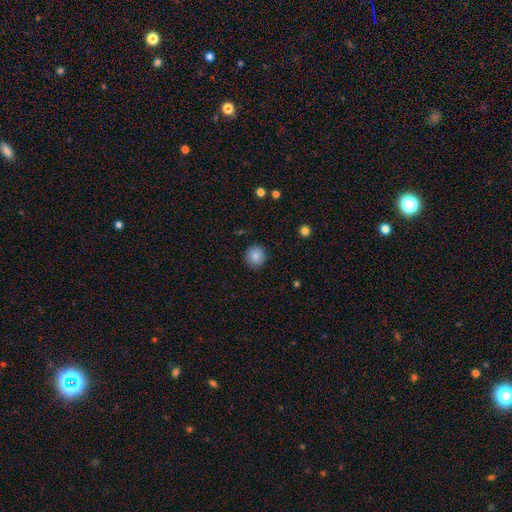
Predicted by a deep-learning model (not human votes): This is clearly a smooth galaxy (87%). How rounded: clearly round (91%). Merging: clearly none (89%).